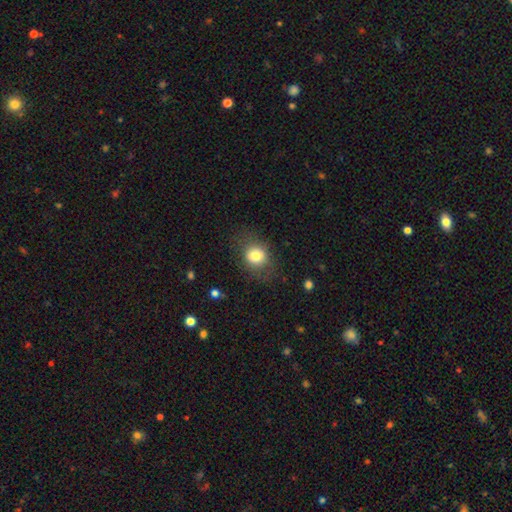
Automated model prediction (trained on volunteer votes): Smooth or featured? smooth (78%)
How rounded? round (65%)
Merging? none (74%)